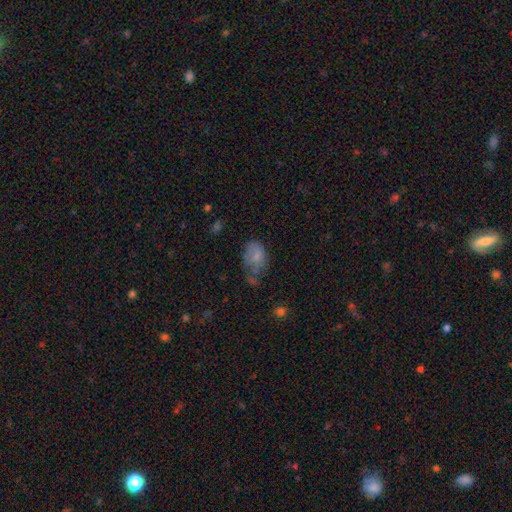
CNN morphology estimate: Overall: smooth (76%). How rounded: in between (82%). Merging: none (37%; minor disturbance 33%).